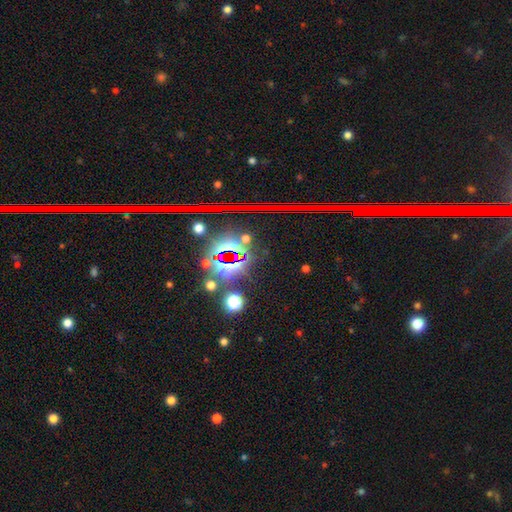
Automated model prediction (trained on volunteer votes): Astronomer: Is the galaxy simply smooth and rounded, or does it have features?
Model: star or artifact — 81%.